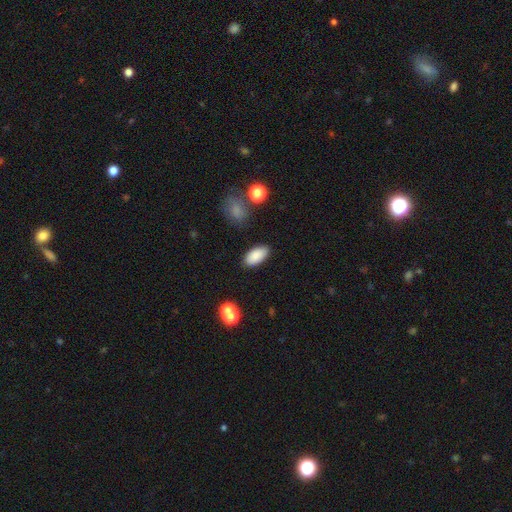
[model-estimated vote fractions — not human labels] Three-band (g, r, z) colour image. It shows a smooth galaxy with no disk features (88%) that is in between round and cigar-shaped (93%). Merging: none (87%).